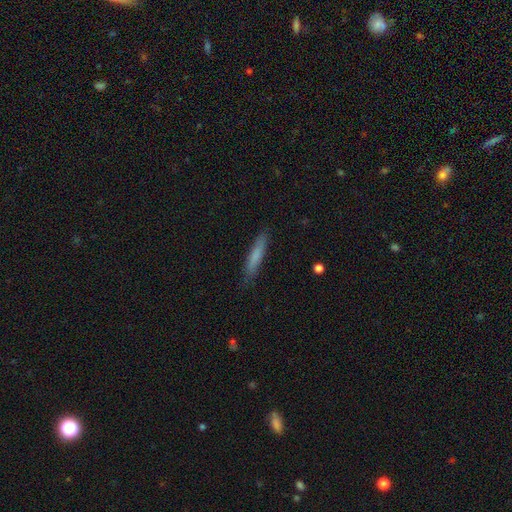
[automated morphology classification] Q: Smooth or featured?
A: smooth (74%); runner-up: featured or disk (19%)
Q: How rounded?
A: cigar-shaped (91%); runner-up: in between (8%)
Q: Merging?
A: none (85%); runner-up: minor disturbance (11%)